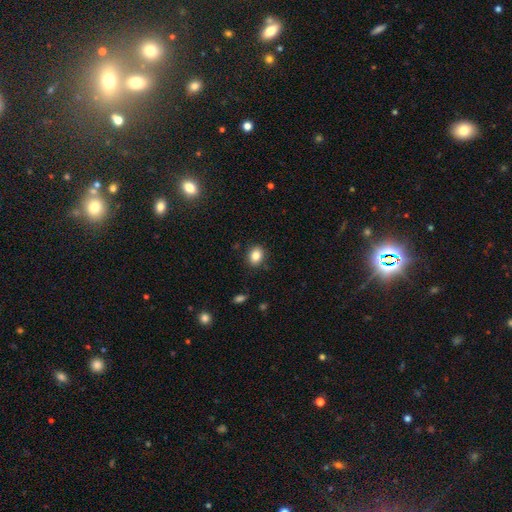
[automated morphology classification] Smooth or featured?
  - smooth: 85% *
  - star or artifact: 10%
  - featured or disk: 6%
How rounded?
  - in between: 55% *
  - round: 44%
  - cigar-shaped: 1%
Merging?
  - none: 87% *
  - minor disturbance: 9%
  - major disturbance: 2%
  - merger: 1%